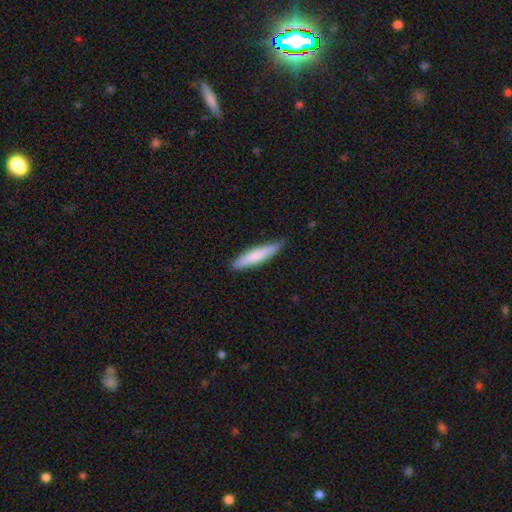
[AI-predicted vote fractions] Smooth or featured?
  - smooth: 79% *
  - featured or disk: 16%
  - star or artifact: 5%
How rounded?
  - cigar-shaped: 87% *
  - in between: 12%
  - round: 1%
Merging?
  - none: 79% *
  - minor disturbance: 17%
  - major disturbance: 2%
  - merger: 1%